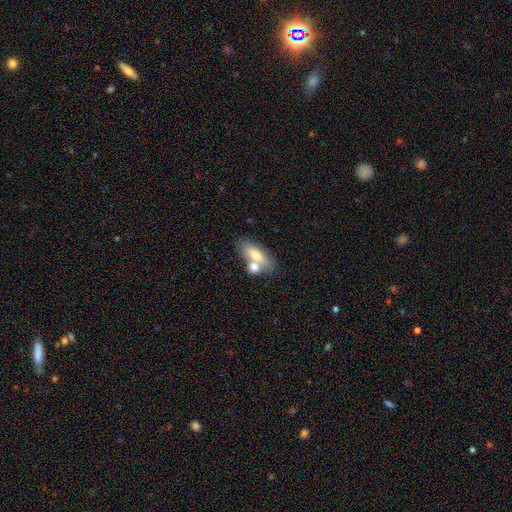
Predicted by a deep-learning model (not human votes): This is likely a smooth galaxy (70%). How rounded: likely in between (75%). Merging: possibly none (48%).